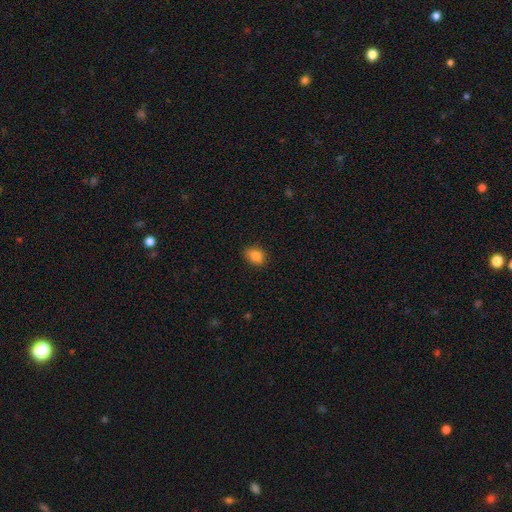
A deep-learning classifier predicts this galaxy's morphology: Smooth or featured?
  - smooth: 86% *
  - star or artifact: 9%
  - featured or disk: 5%
How rounded?
  - in between: 71% *
  - round: 27%
  - cigar-shaped: 2%
Merging?
  - none: 82% *
  - minor disturbance: 14%
  - major disturbance: 3%
  - merger: 1%